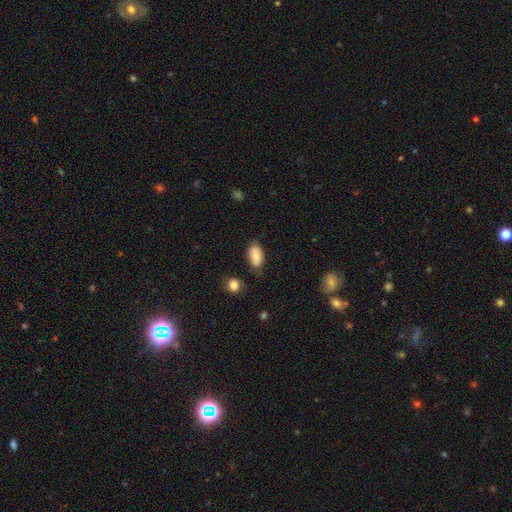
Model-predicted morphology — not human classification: Smooth or featured? Predicted: smooth (p=0.79). How rounded? Predicted: in between (p=0.93). Merging? Predicted: none (p=0.68).